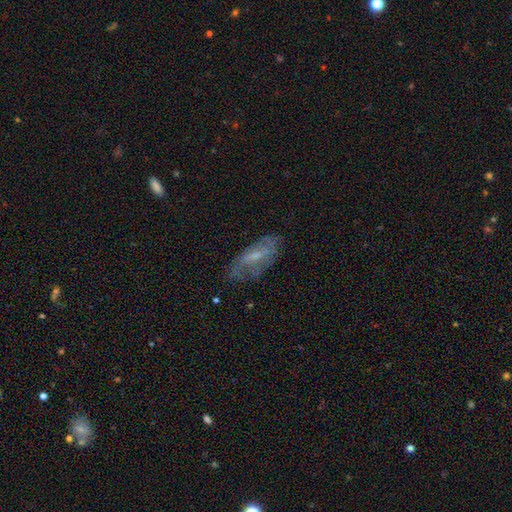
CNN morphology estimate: This appears to be a featured or disk galaxy (63%) with a weak bar (47%), spiral arms (71%) and a small central bulge (57%). Merging: none (63%).